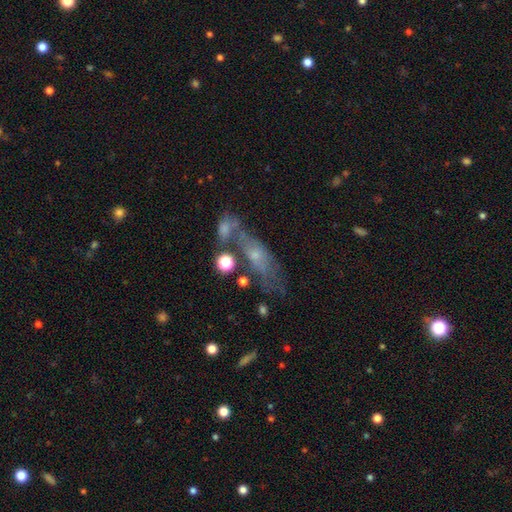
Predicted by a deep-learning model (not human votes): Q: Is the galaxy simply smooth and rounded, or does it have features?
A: featured or disk — 48%.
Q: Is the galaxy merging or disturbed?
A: none — 39%.